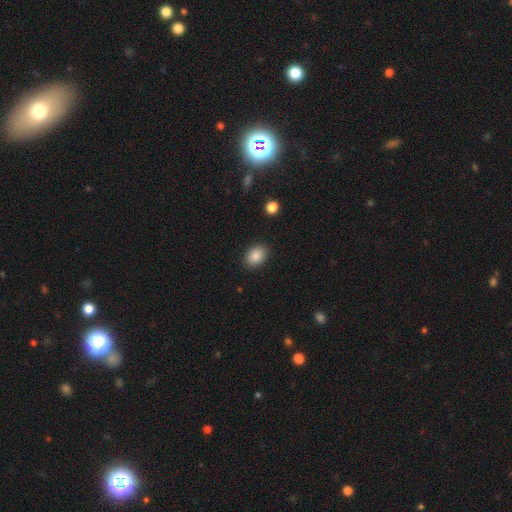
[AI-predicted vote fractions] smooth 87%, star or artifact 8%, featured or disk 5%. Down the decision tree: how rounded — in between (78%); merging — none (88%).